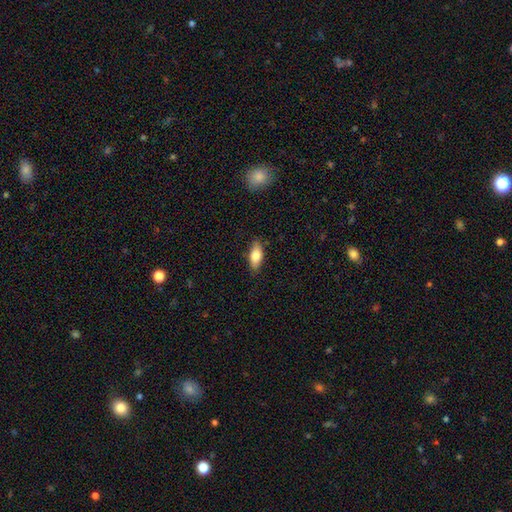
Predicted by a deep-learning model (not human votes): The model was most divided on "smooth or featured": smooth: 78%, featured or disk: 15%, star or artifact: 7%. More confident: merging — none (84%); how rounded — in between (81%).